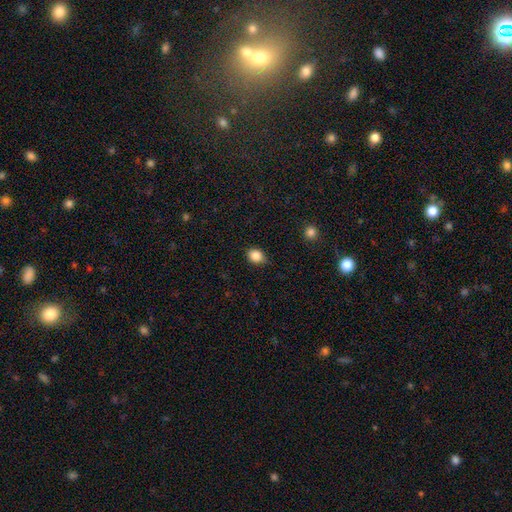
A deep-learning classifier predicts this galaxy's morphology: A smooth galaxy with no disk features (86%) that is round (56%).

Vote fractions:
- Smooth or featured? smooth: 86% / star or artifact: 10% / featured or disk: 4%
- How rounded? round: 56% / in between: 43% / cigar-shaped: 1%
- Merging? none: 77% / minor disturbance: 19% / major disturbance: 3% / merger: 1%